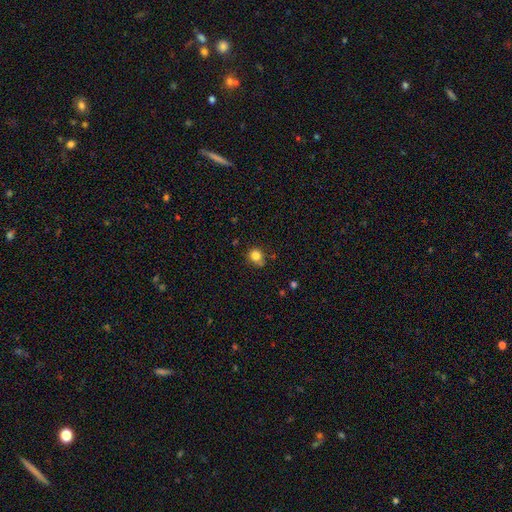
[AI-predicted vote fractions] Q: Smooth or featured?
A: smooth (82%); runner-up: star or artifact (11%)
Q: How rounded?
A: round (76%); runner-up: in between (23%)
Q: Merging?
A: none (67%); runner-up: minor disturbance (24%)